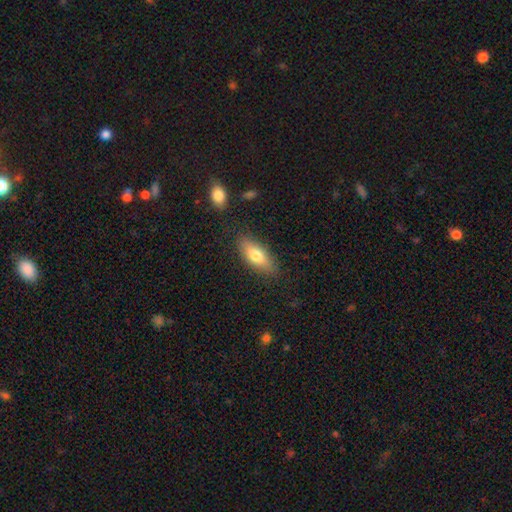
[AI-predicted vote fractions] Q: Smooth or featured?
A: smooth (72%); runner-up: featured or disk (22%)
Q: How rounded?
A: in between (73%); runner-up: cigar-shaped (24%)
Q: Merging?
A: none (84%); runner-up: minor disturbance (11%)